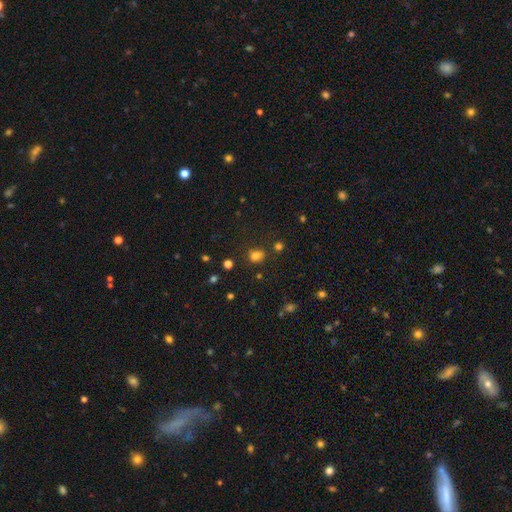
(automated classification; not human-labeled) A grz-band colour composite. It shows a smooth galaxy with no disk features (77%) that is round (63%). Merging: none (76%).